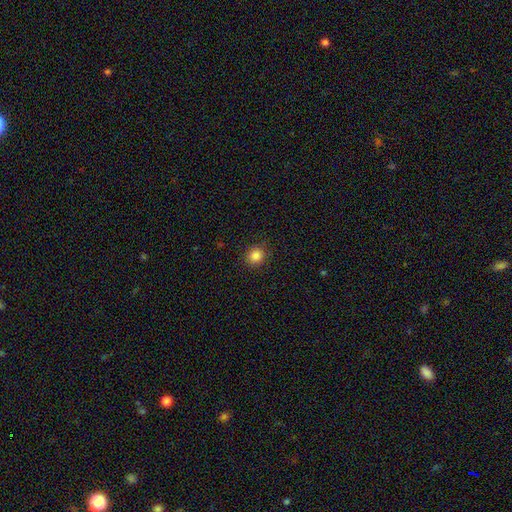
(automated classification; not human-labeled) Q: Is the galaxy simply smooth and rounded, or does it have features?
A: smooth — 85%.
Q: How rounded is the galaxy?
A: round — 84%.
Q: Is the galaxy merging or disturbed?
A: none — 89%.